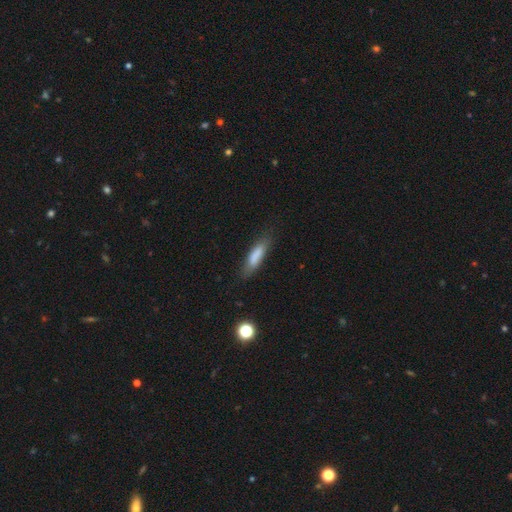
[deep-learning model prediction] Smooth or featured? smooth (80%)
How rounded? cigar-shaped (64%)
Merging? none (74%)